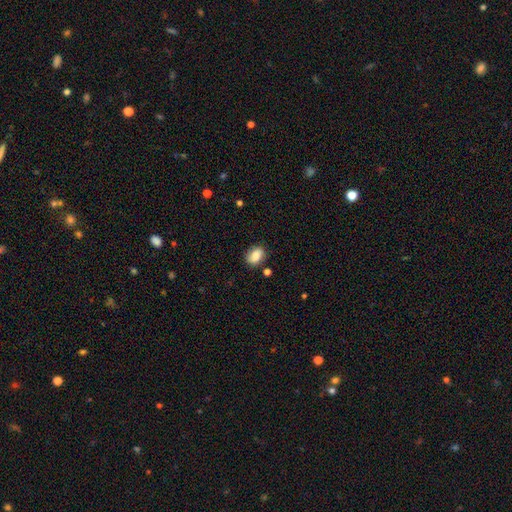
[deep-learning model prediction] A smooth galaxy with no disk features (82%) that is in between round and cigar-shaped (71%).

Vote fractions:
- Smooth or featured? smooth: 82% / featured or disk: 10% / star or artifact: 8%
- How rounded? in between: 71% / round: 27% / cigar-shaped: 1%
- Merging? none: 79% / minor disturbance: 14% / merger: 4% / major disturbance: 3%